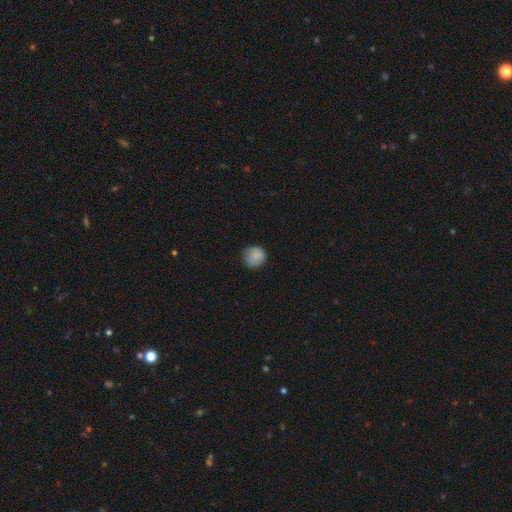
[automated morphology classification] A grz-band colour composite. It shows a smooth galaxy with no disk features (84%) that is round (88%). Merging: none (74%).